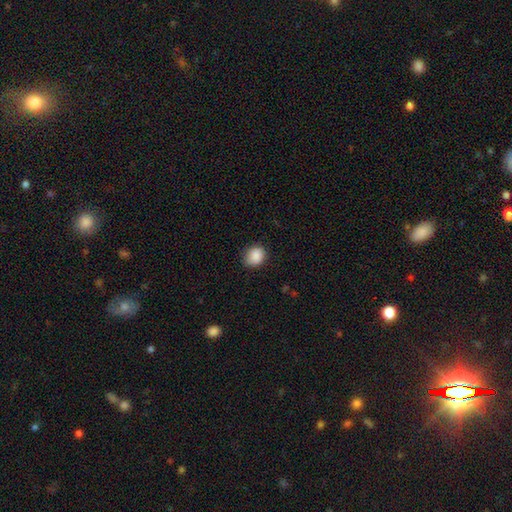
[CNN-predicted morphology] This is clearly a smooth galaxy (88%). How rounded: possibly round (59%). Merging: likely none (77%).